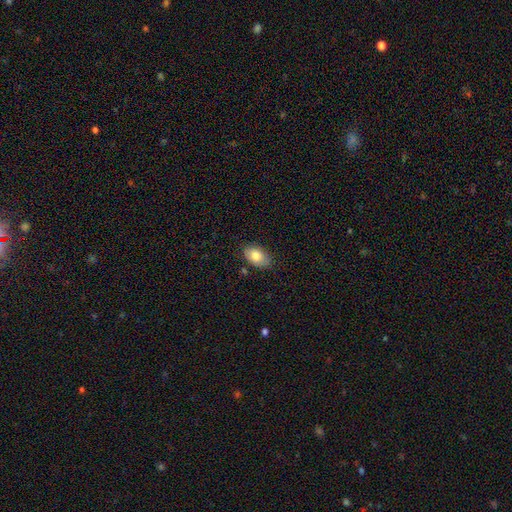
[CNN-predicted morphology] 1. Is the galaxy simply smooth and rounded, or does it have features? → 81% smooth, 12% featured or disk, 7% star or artifact.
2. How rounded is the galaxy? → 89% in between, 9% round, 1% cigar-shaped.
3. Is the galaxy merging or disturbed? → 78% none, 17% minor disturbance, 3% major disturbance, 2% merger.